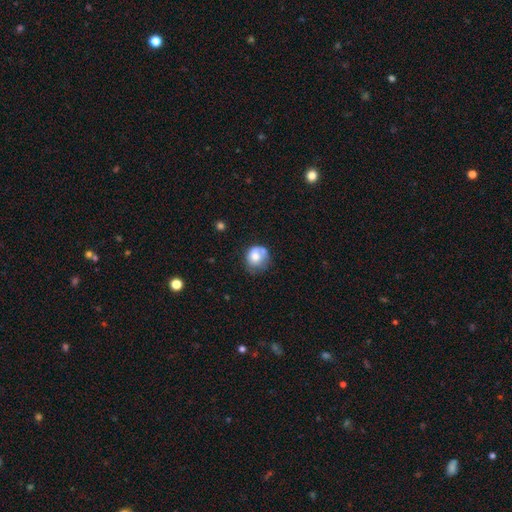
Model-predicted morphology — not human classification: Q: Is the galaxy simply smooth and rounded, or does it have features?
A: smooth — 67%.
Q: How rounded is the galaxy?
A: round — 76%.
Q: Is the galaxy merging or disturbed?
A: none — 47%.